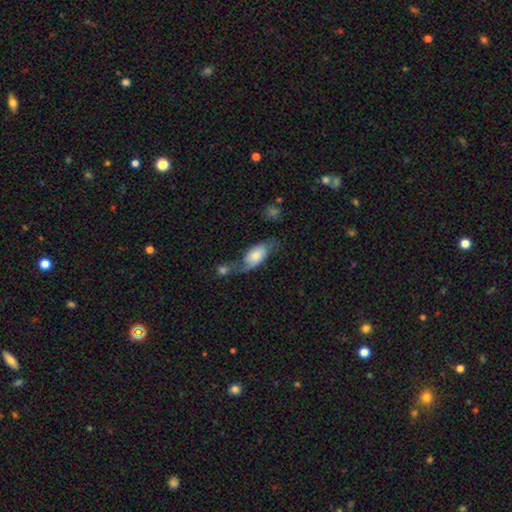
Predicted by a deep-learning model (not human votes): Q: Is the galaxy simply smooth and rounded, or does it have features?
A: smooth — 48%.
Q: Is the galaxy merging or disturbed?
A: merger — 30%.